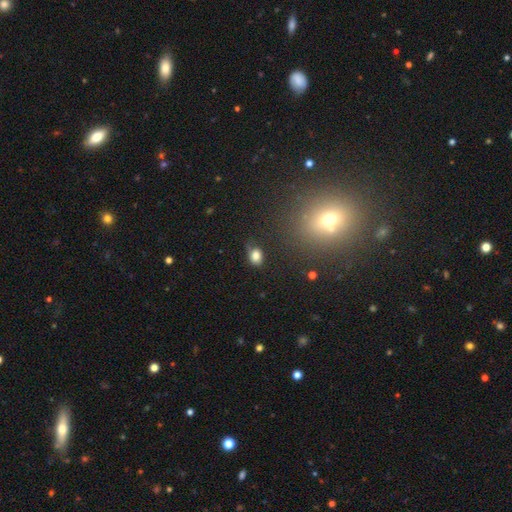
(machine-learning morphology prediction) This appears to be a smooth galaxy with no disk features (79%) that is in between round and cigar-shaped (68%). Merging: none (58%).